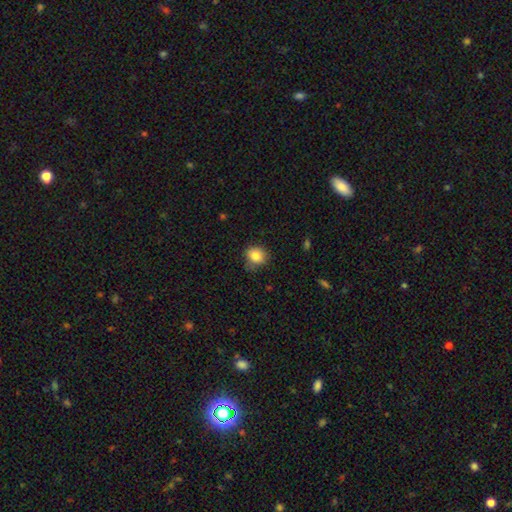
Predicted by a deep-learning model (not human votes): Smooth or featured? Predicted: smooth (p=0.83). How rounded? Predicted: round (p=0.71). Merging? Predicted: none (p=0.75).